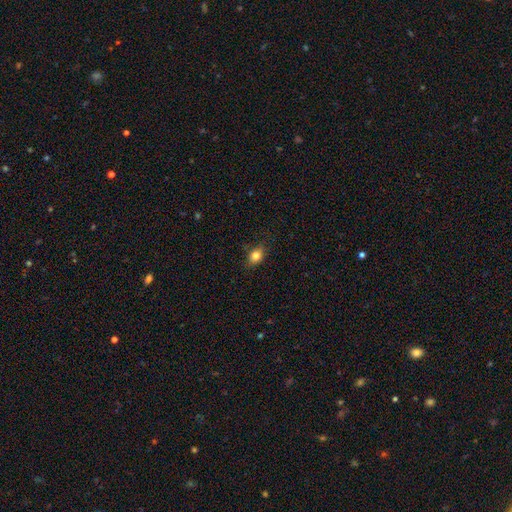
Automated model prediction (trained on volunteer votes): Morphology: type=smooth (82%); roundness=in between (71%); merging=none (81%).